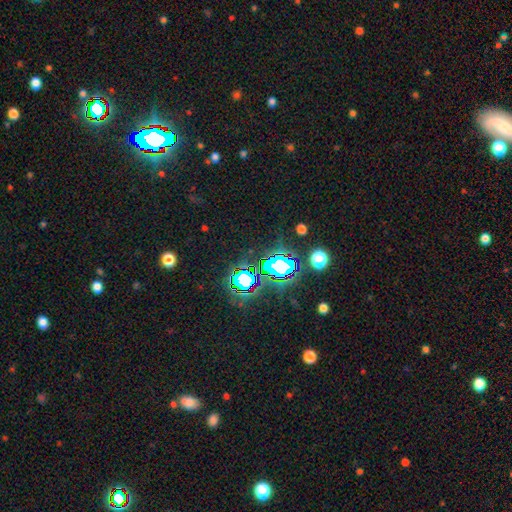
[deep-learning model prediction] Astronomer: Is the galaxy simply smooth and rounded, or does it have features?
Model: star or artifact — 81%.